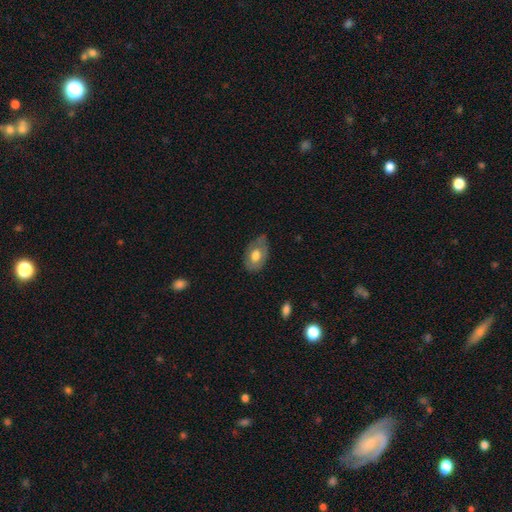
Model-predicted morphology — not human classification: The model was most divided on "smooth or featured": smooth: 58%, featured or disk: 35%, star or artifact: 6%. More confident: how rounded — in between (88%); merging — none (60%).